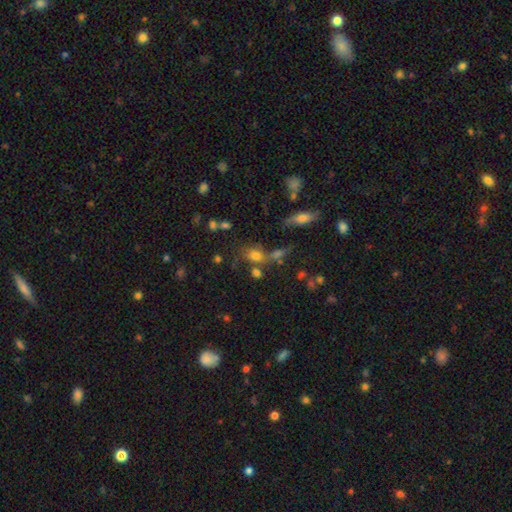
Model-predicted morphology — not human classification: Q: Smooth or featured?
A: smooth (69%); runner-up: star or artifact (18%)
Q: How rounded?
A: in between (59%); runner-up: round (37%)
Q: Merging?
A: none (51%); runner-up: merger (24%)